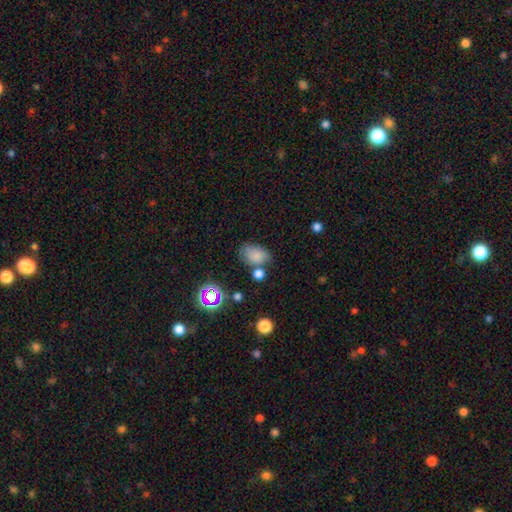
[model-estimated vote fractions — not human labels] Morphology: type=smooth (77%); roundness=in between (80%); merging=none (57%).